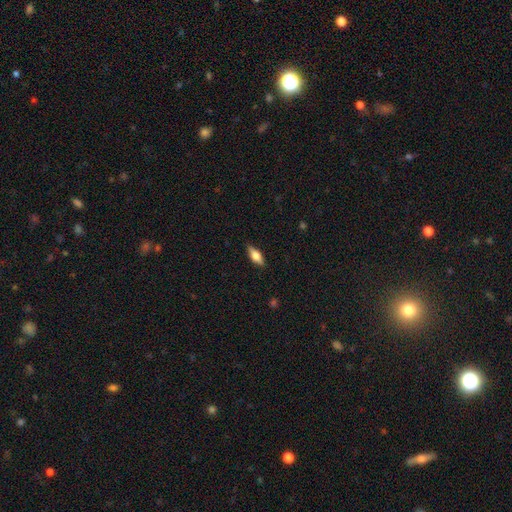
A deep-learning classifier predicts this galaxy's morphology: The model was most divided on "smooth or featured": smooth: 63%, featured or disk: 31%, star or artifact: 7%. More confident: merging — none (86%); how rounded — in between (69%).